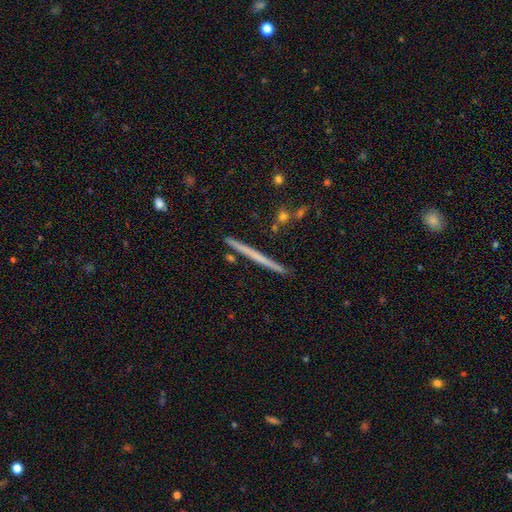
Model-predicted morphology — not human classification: featured or disk 56%, smooth 38%, star or artifact 6%. Down the decision tree: edge-on disk — yes (98%); edge-on bulge — none (88%); merging — none (92%).